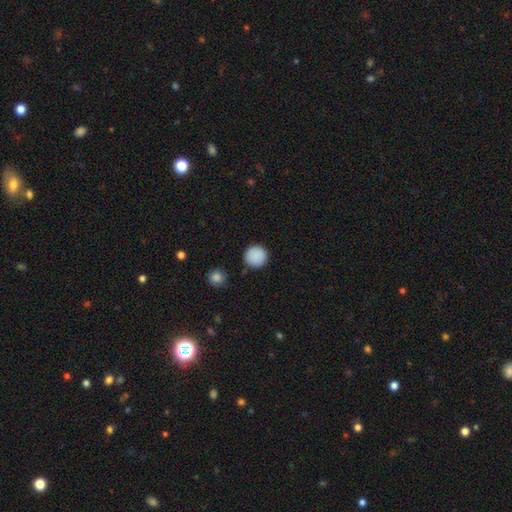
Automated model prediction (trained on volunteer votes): Smooth or featured: smooth — 89% (star or artifact — 8%)
How rounded: round — 95% (in between — 4%)
Merging: none — 90% (minor disturbance — 6%)